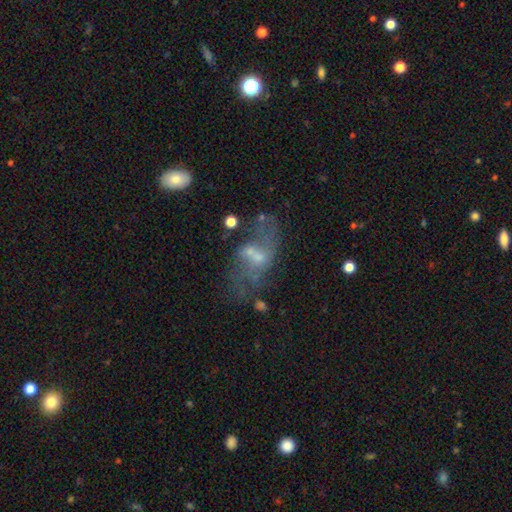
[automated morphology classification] Overall: featured or disk (59%; smooth 27%). Edge-on disk: no (95%). Bar: no (51%; weak 37%). Spiral arms: no (56%; yes 44%). Bulge size: small (35%; moderate 29%). Merging: major disturbance (35%; none 30%).